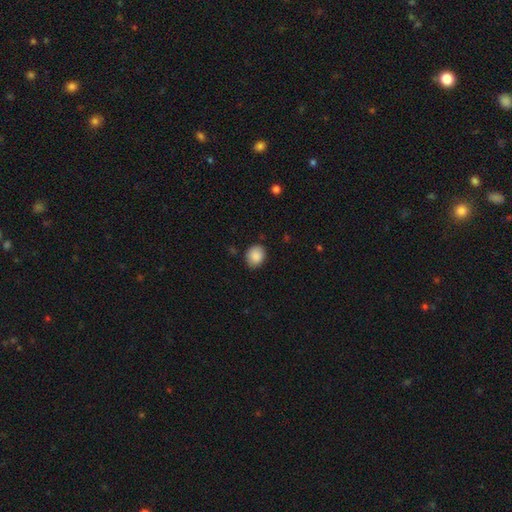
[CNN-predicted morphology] Smooth or featured: smooth — 88% (star or artifact — 8%)
How rounded: round — 51% (in between — 49%)
Merging: none — 79% (minor disturbance — 17%)